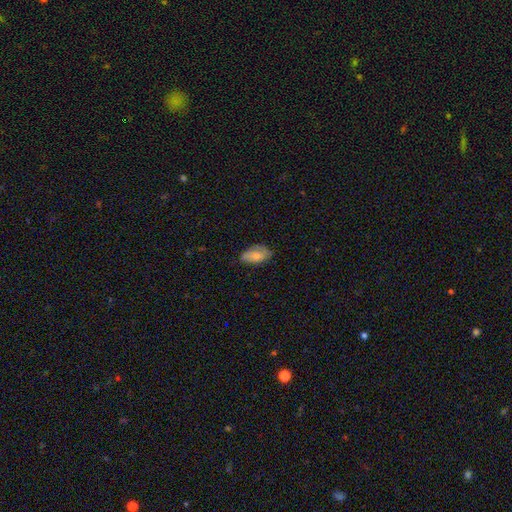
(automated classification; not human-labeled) Smooth or featured: smooth — 76% (featured or disk — 17%)
How rounded: in between — 93% (round — 4%)
Merging: none — 64% (minor disturbance — 29%)